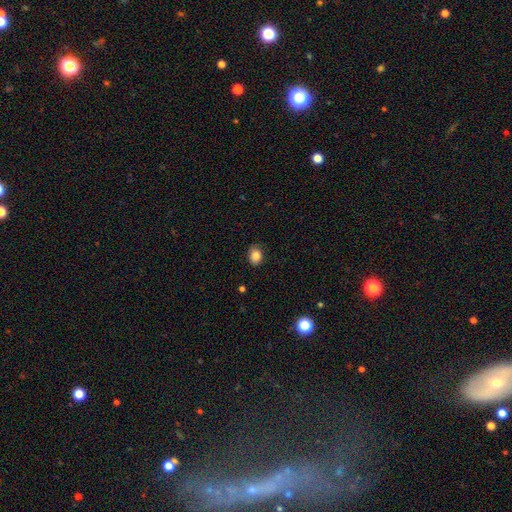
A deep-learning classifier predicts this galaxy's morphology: The model was most divided on "how rounded": in between: 54%, round: 45%, cigar-shaped: 1%. More confident: smooth or featured — smooth (85%); merging — none (82%).